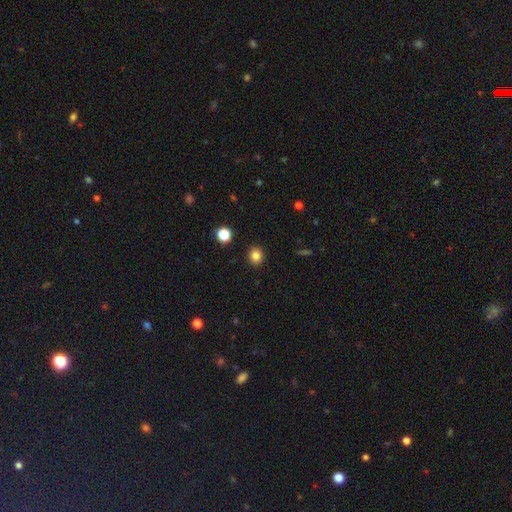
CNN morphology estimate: A smooth galaxy with no disk features (83%) that is round (78%). Merging: none (91%).